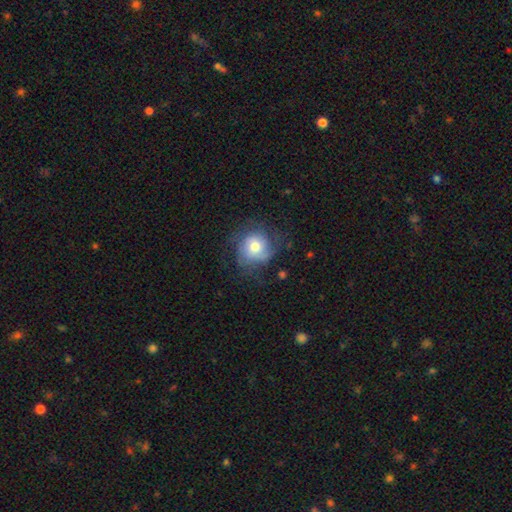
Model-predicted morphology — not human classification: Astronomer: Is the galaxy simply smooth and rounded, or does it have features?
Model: featured or disk — 47% (runner-up: smooth, 39%).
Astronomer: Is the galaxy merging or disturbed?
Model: none — 68%.